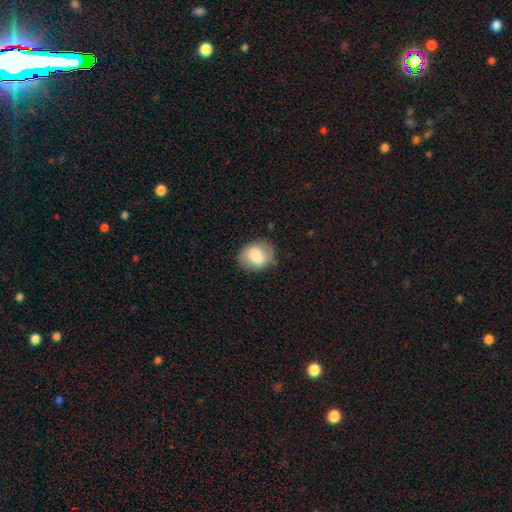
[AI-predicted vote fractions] smooth_or_featured: smooth (p=0.78) [alt: featured or disk p=0.15]
how_rounded: round (p=0.54) [alt: in between p=0.45]
merging: none (p=0.78) [alt: minor disturbance p=0.16]